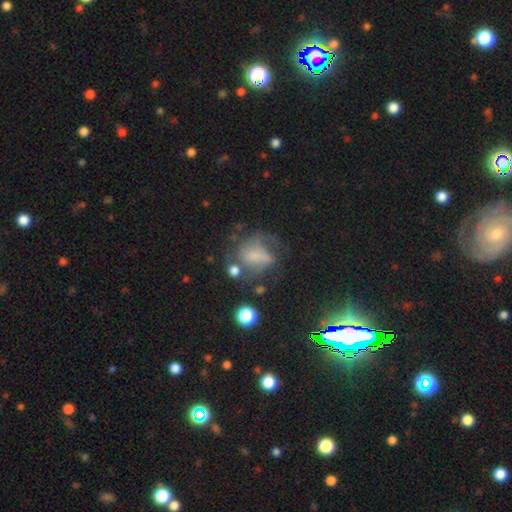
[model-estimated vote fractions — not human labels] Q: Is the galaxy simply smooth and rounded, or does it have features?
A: featured or disk — 48%.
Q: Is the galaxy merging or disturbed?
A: none — 35%, tied with major disturbance.